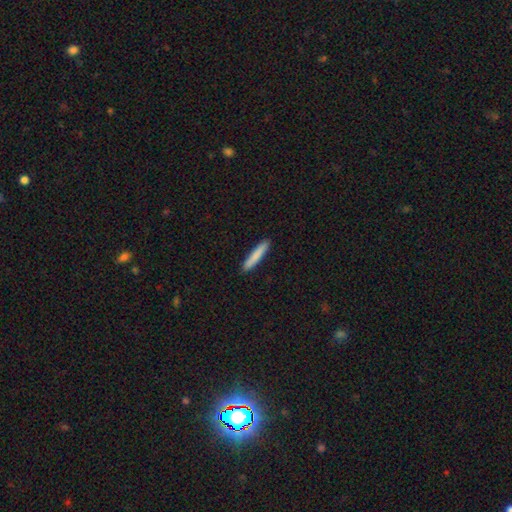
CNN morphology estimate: Smooth or featured?
  - smooth: 83% *
  - featured or disk: 11%
  - star or artifact: 5%
How rounded?
  - cigar-shaped: 93% *
  - in between: 5%
  - round: 1%
Merging?
  - none: 91% *
  - minor disturbance: 6%
  - major disturbance: 1%
  - merger: 1%